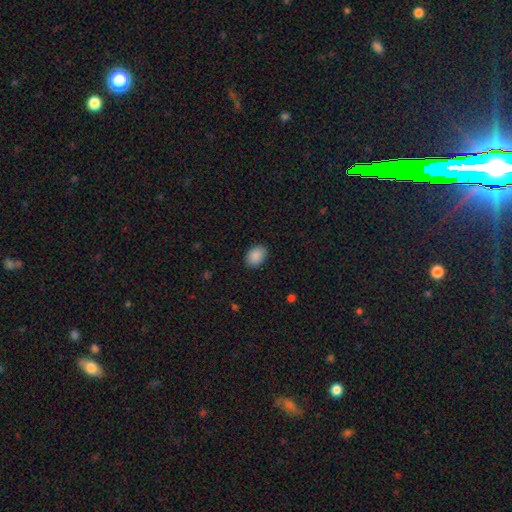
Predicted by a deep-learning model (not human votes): smooth_or_featured: smooth (p=0.90) [alt: star or artifact p=0.07]
how_rounded: in between (p=0.79) [alt: round p=0.20]
merging: none (p=0.88) [alt: minor disturbance p=0.09]